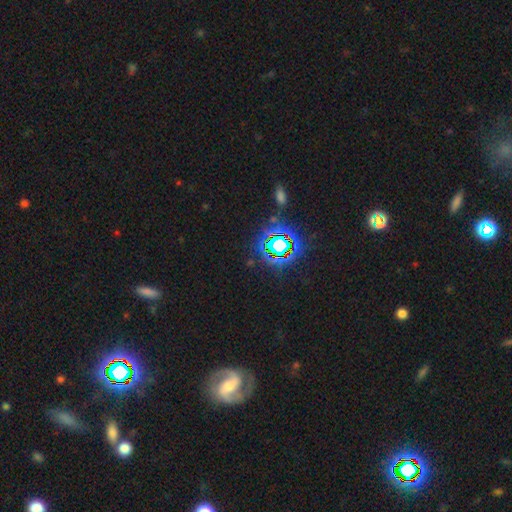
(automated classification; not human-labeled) Morphology: type=star or artifact (68%).